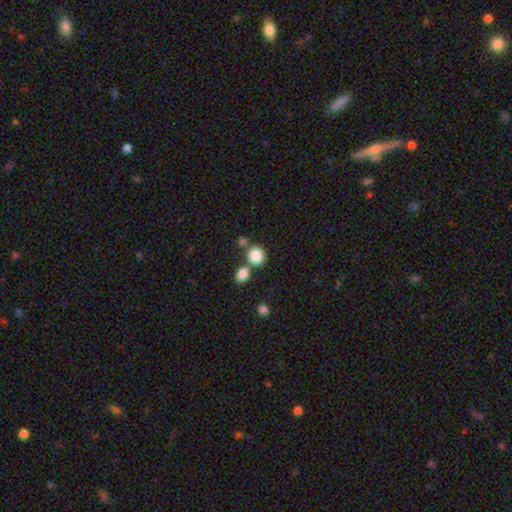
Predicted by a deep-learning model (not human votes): A smooth galaxy with no disk features (86%) that is round (77%). Merging: none (57%).